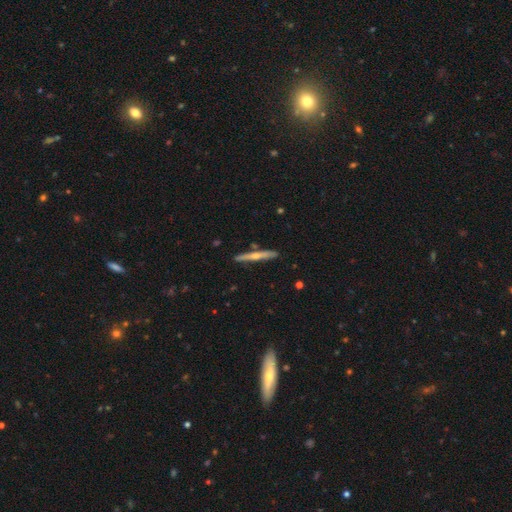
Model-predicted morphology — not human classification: smooth-or-featured: featured or disk: 60% | smooth: 35% | star or artifact: 5%
  disk-edge-on: yes: 97% | no: 3%
    edge-on-bulge: rounded: 80% | none: 17% | boxy: 3%
  merging: none: 86% | minor disturbance: 8% | merger: 4% | major disturbance: 2%